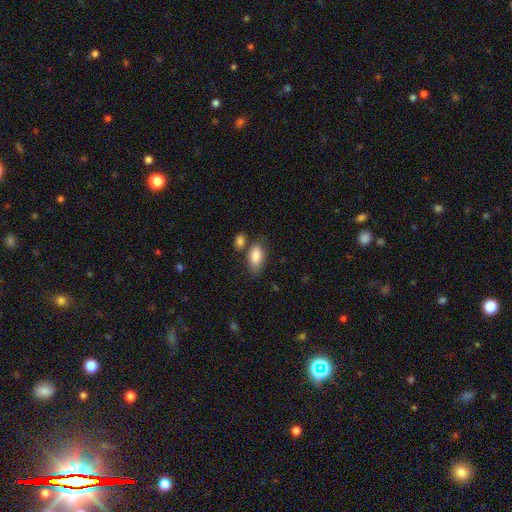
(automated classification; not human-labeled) A smooth galaxy with no disk features (85%) that is in between round and cigar-shaped (91%).

Vote fractions:
- Smooth or featured? smooth: 85% / featured or disk: 8% / star or artifact: 7%
- How rounded? in between: 91% / round: 5% / cigar-shaped: 4%
- Merging? none: 61% / minor disturbance: 18% / merger: 16% / major disturbance: 5%